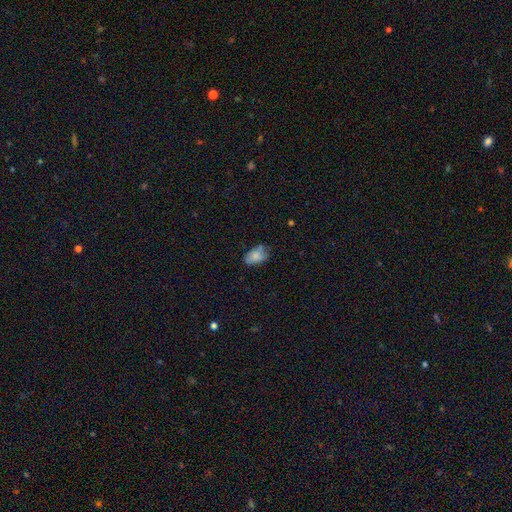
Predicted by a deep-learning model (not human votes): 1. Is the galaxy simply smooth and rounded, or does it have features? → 78% smooth, 13% featured or disk, 8% star or artifact.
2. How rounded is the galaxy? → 91% in between, 7% round, 2% cigar-shaped.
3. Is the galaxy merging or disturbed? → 57% none, 30% minor disturbance, 8% major disturbance, 4% merger.